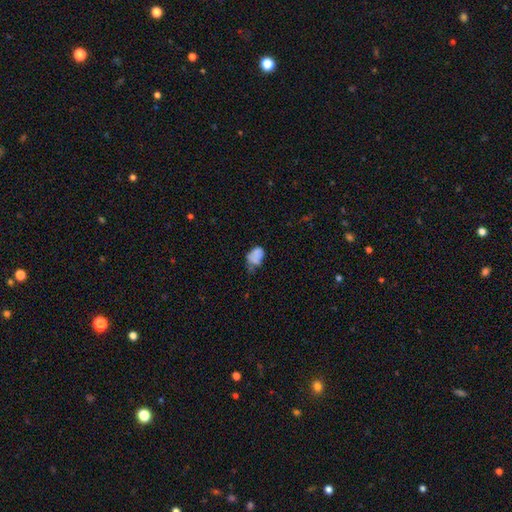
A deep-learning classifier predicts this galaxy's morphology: This appears to be a smooth galaxy with no disk features (72%) that is in between round and cigar-shaped (82%). Merging: minor disturbance (38%).